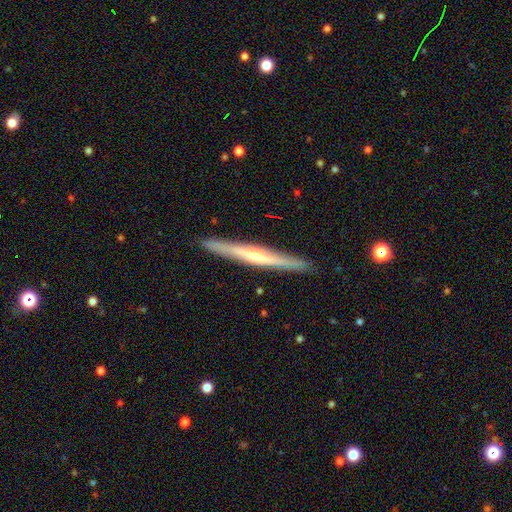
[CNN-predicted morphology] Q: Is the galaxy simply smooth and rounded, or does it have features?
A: featured or disk — 68%.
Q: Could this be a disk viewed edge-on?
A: yes — 97%.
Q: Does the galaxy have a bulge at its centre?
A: rounded — 60%.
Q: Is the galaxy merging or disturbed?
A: none — 91%.